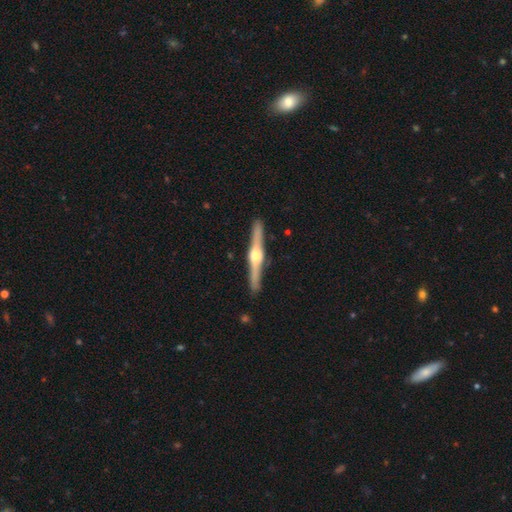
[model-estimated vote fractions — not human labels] The model was most divided on "smooth or featured": featured or disk: 81%, smooth: 14%, star or artifact: 5%. More confident: edge-on disk — yes (98%); edge-on bulge — rounded (95%); merging — none (91%).